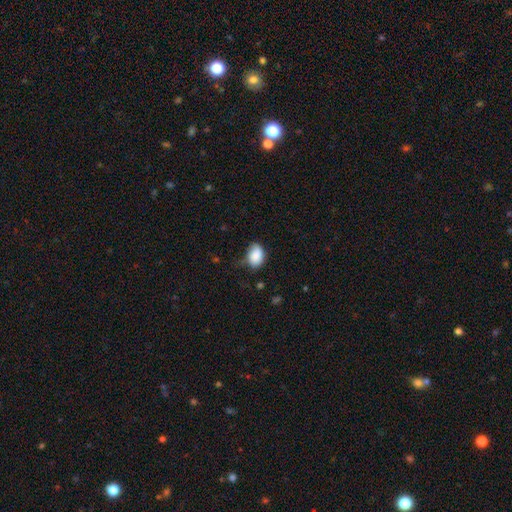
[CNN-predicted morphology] Overall: smooth (87%). How rounded: in between (78%). Merging: none (53%; minor disturbance 35%).